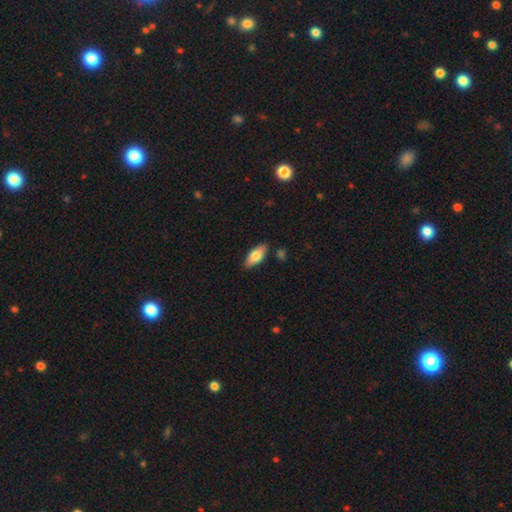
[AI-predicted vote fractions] Smooth or featured?
  - smooth: 71% *
  - featured or disk: 23%
  - star or artifact: 6%
How rounded?
  - in between: 81% *
  - cigar-shaped: 17%
  - round: 3%
Merging?
  - none: 85% *
  - minor disturbance: 11%
  - merger: 2%
  - major disturbance: 2%